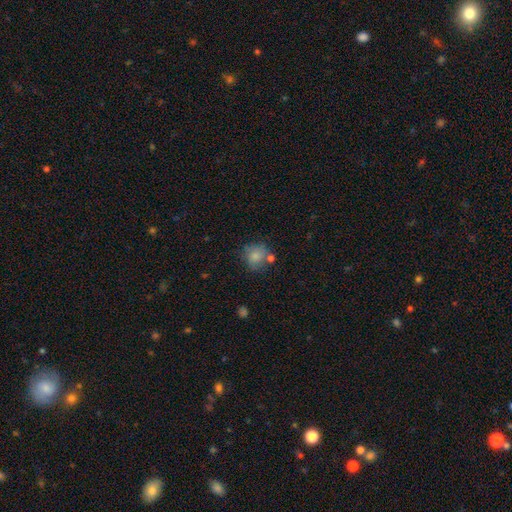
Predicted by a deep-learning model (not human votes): Morphology: type=smooth (80%); roundness=round (82%); merging=none (63%).